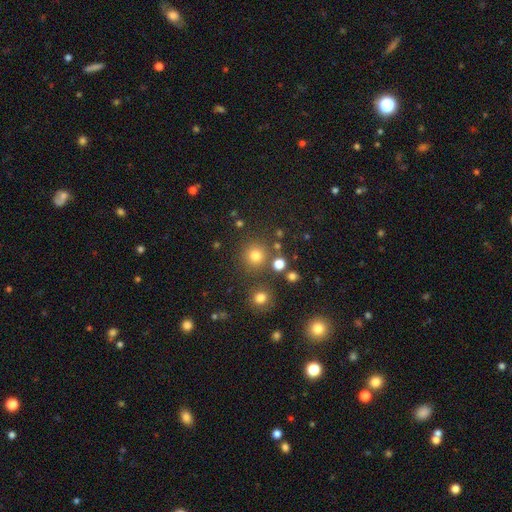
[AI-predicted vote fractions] A smooth galaxy with no disk features (77%) that is round (93%). Merging: none (80%).